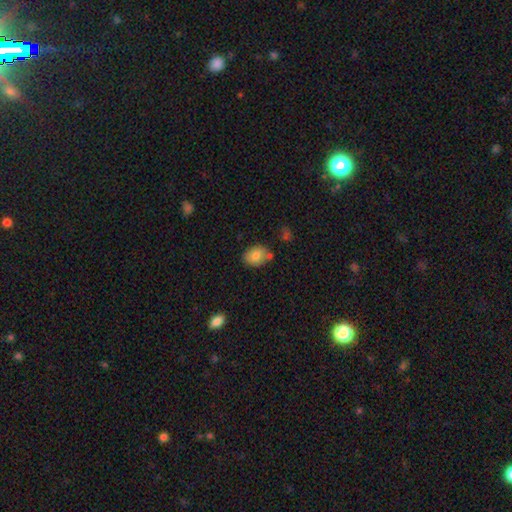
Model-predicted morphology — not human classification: Smooth or featured? Predicted: smooth (p=0.82). How rounded? Predicted: in between (p=0.67). Merging? Predicted: none (p=0.70).